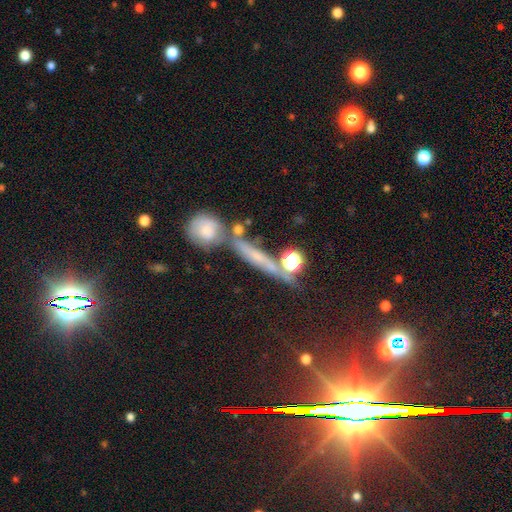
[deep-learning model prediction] Smooth or featured: smooth — 43% (featured or disk — 37%)
Merging: none — 61% (merger — 17%)